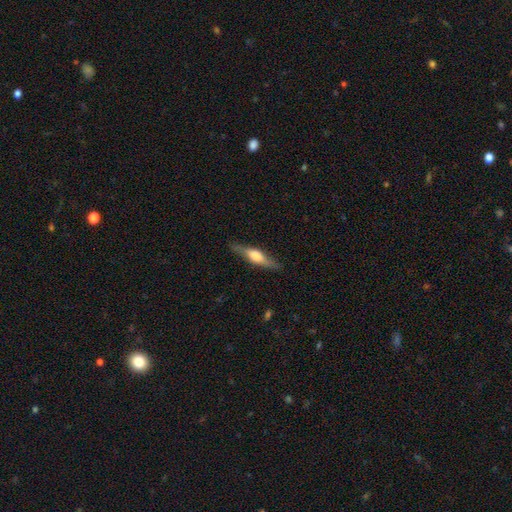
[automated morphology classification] Smooth or featured: featured or disk — 60% (smooth — 34%)
Edge-on disk: yes — 94% (no — 6%)
Edge-on bulge: rounded — 86% (boxy — 11%)
Merging: none — 86% (minor disturbance — 11%)